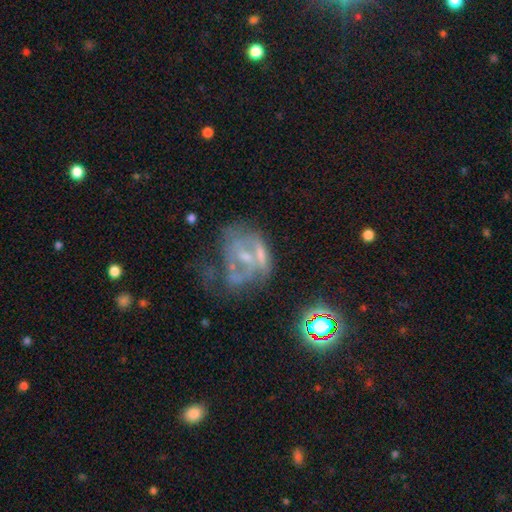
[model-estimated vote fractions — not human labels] Smooth or featured?
  - featured or disk: 65% *
  - star or artifact: 18%
  - smooth: 16%
Edge-on disk?
  - no: 97% *
  - yes: 3%
Bar?
  - no: 54% *
  - weak: 33%
  - strong: 13%
Spiral arms?
  - no: 51% *
  - yes: 49%
Bulge size?
  - small: 48% *
  - moderate: 29%
  - none: 19%
  - large: 2%
  - dominant: 1%
Merging?
  - major disturbance: 36% *
  - none: 25%
  - merger: 22%
  - minor disturbance: 17%